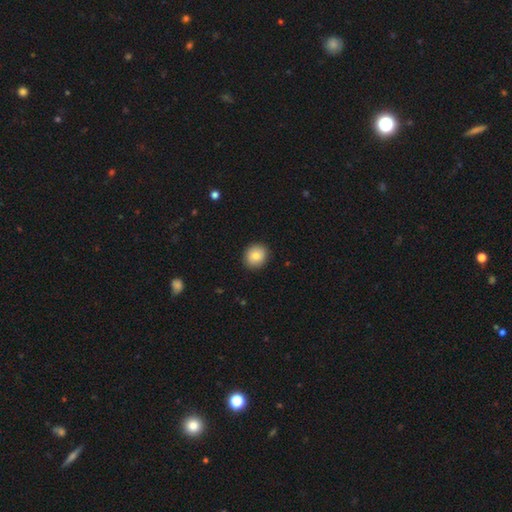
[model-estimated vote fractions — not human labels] Q: Smooth or featured?
A: smooth (81%); runner-up: featured or disk (10%)
Q: How rounded?
A: round (86%); runner-up: in between (13%)
Q: Merging?
A: none (91%); runner-up: minor disturbance (6%)